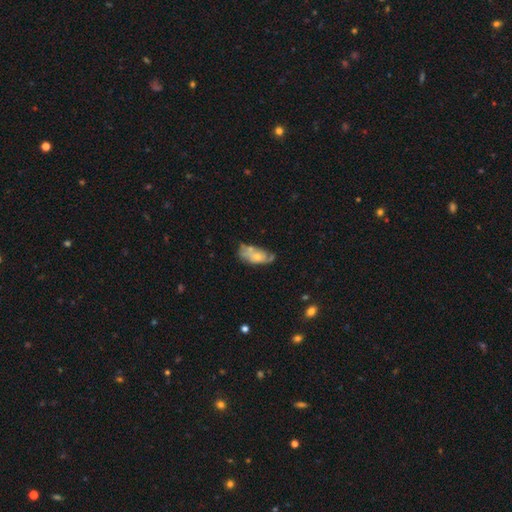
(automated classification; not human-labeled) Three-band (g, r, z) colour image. It shows a smooth galaxy with no disk features (51%) that is in between round and cigar-shaped (89%). Merging: none (41%).